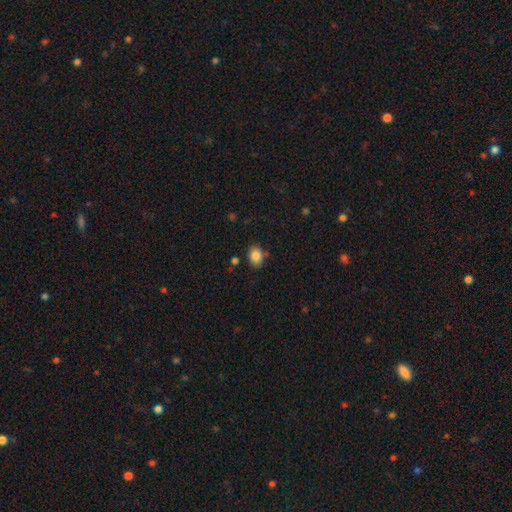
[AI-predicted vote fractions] A smooth galaxy with no disk features (85%) that is in between round and cigar-shaped (67%). Merging: none (80%).